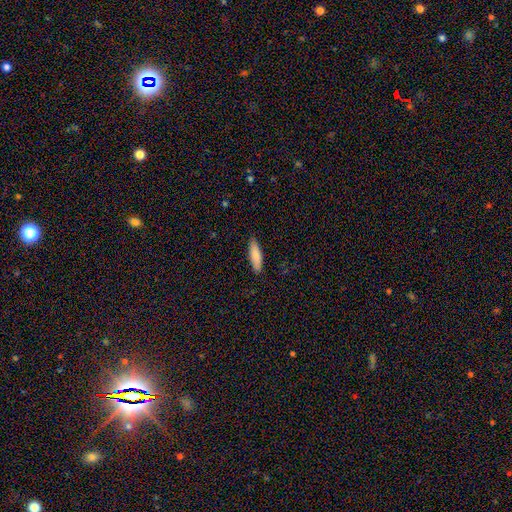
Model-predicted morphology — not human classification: This appears to be a smooth galaxy with no disk features (82%) that is cigar-shaped (56%). Merging: none (88%).